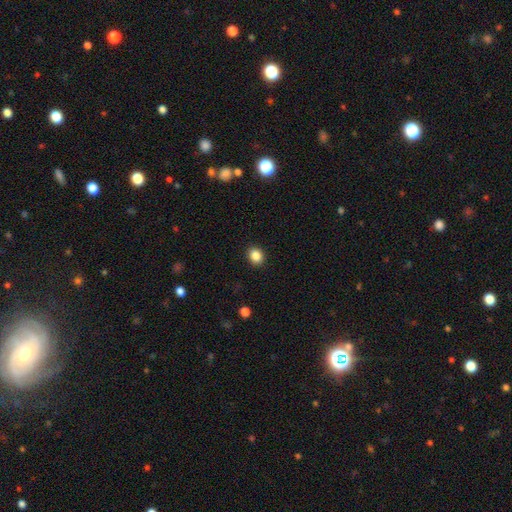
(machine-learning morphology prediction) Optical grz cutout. It shows a smooth galaxy with no disk features (86%) that is round (60%). Merging: none (90%).